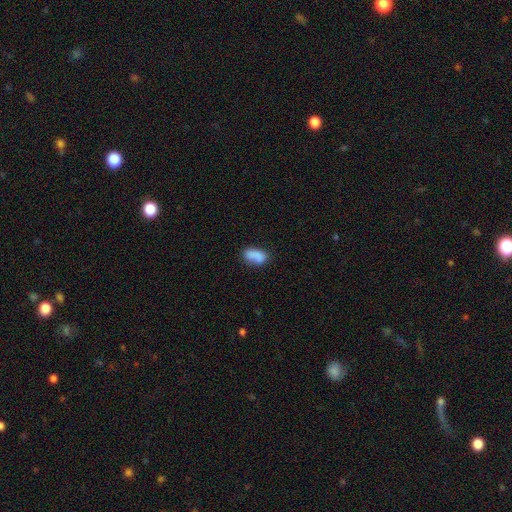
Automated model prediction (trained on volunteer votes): This appears to be a smooth galaxy with no disk features (82%) that is in between round and cigar-shaped (88%). Merging: none (60%).